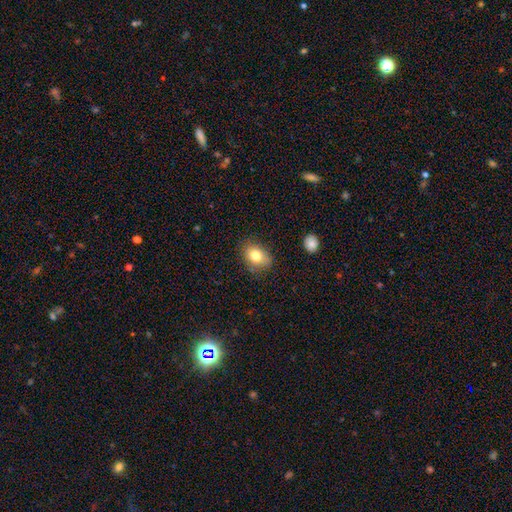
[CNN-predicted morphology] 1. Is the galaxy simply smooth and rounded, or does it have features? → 80% smooth, 12% featured or disk, 9% star or artifact.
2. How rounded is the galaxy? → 76% in between, 23% round, 1% cigar-shaped.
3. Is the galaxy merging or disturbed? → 79% none, 16% minor disturbance, 3% major disturbance, 2% merger.